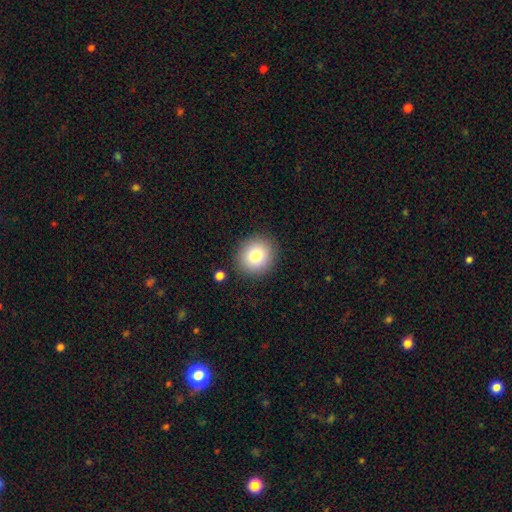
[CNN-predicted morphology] A smooth galaxy with no disk features (82%) that is round (82%). Merging: none (88%).